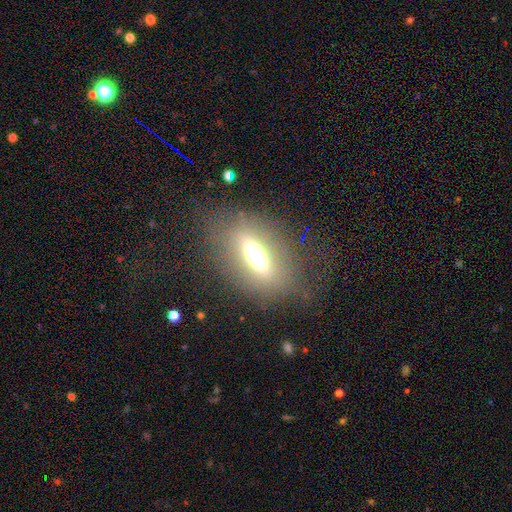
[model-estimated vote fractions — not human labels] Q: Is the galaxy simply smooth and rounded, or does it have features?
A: smooth — 45%.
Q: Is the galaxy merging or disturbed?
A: none — 71%.